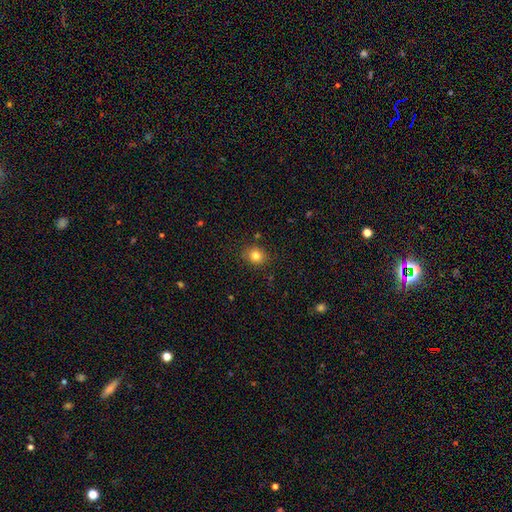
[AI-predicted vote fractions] Smooth or featured?
  - smooth: 81% *
  - star or artifact: 12%
  - featured or disk: 7%
How rounded?
  - round: 73% *
  - in between: 27%
  - cigar-shaped: 1%
Merging?
  - none: 86% *
  - minor disturbance: 10%
  - major disturbance: 2%
  - merger: 2%